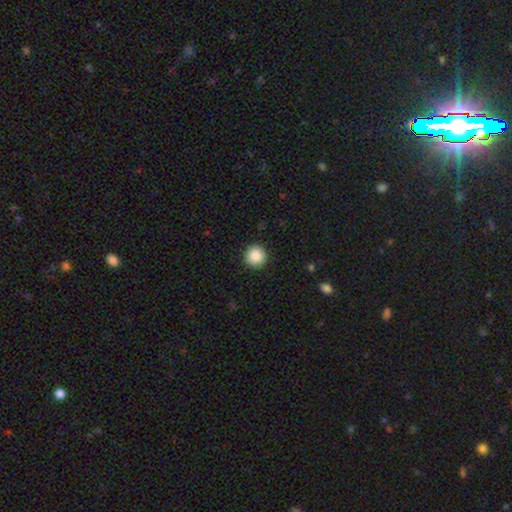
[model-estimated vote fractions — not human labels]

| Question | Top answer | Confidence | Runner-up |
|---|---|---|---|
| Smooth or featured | smooth | 88% | star or artifact (9%) |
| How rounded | round | 95% | in between (4%) |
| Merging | none | 92% | minor disturbance (5%) |